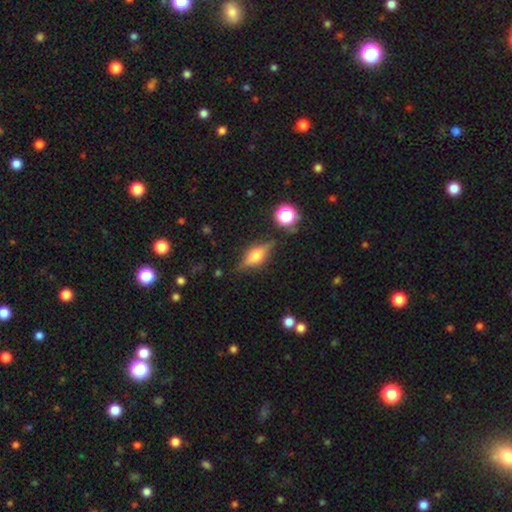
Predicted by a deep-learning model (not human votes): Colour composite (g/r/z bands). It shows a featured or disk galaxy (58%) viewed edge-on (92%) with a rounded central bulge (91%). Merging: none (82%).